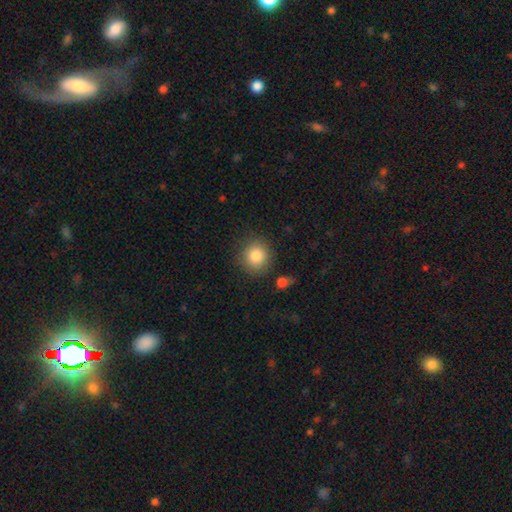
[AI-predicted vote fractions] Overall: smooth (84%). How rounded: round (88%). Merging: none (85%).